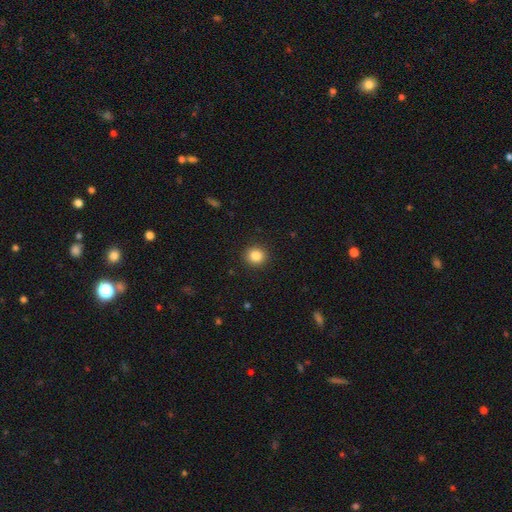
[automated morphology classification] This appears to be a smooth galaxy with no disk features (85%) that is round (90%). Merging: none (92%).